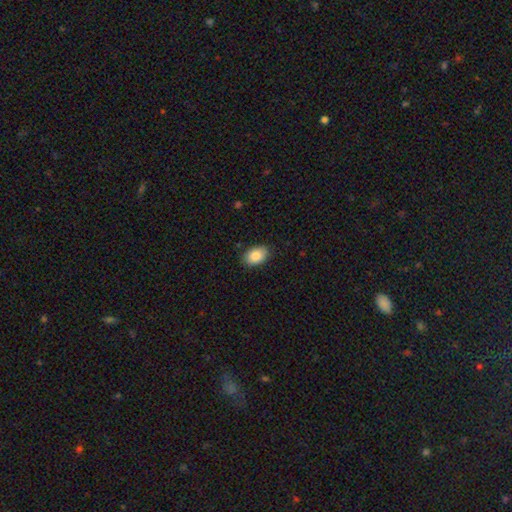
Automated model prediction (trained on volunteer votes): smooth 86%, star or artifact 7%, featured or disk 7%. Down the decision tree: how rounded — in between (86%); merging — none (87%).